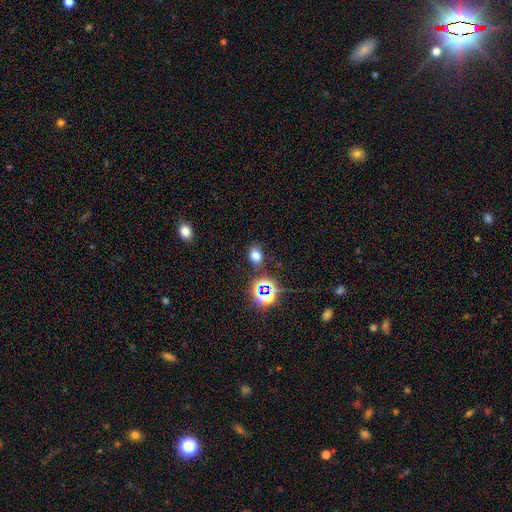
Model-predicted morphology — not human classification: This is likely a smooth galaxy (68%). How rounded: likely in between (66%). Merging: likely none (78%).